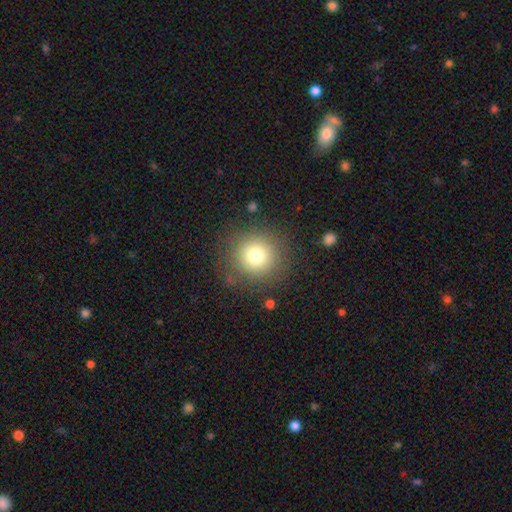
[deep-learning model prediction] Smooth or featured? smooth (76%)
How rounded? round (93%)
Merging? none (84%)